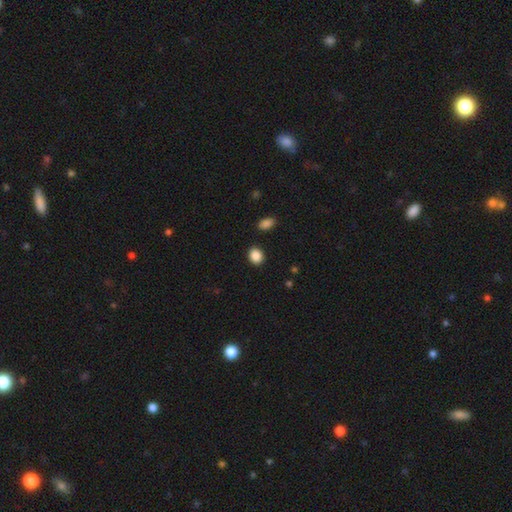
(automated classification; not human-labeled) Smooth or featured? smooth (88%)
How rounded? round (55%)
Merging? none (89%)